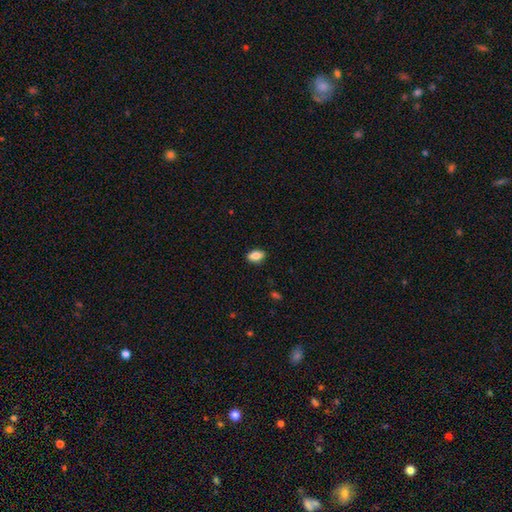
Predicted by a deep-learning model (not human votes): A smooth galaxy with no disk features (85%) that is in between round and cigar-shaped (90%).

Vote fractions:
- Smooth or featured? smooth: 85% / star or artifact: 7% / featured or disk: 7%
- How rounded? in between: 90% / round: 7% / cigar-shaped: 3%
- Merging? none: 89% / minor disturbance: 9% / major disturbance: 2% / merger: 1%